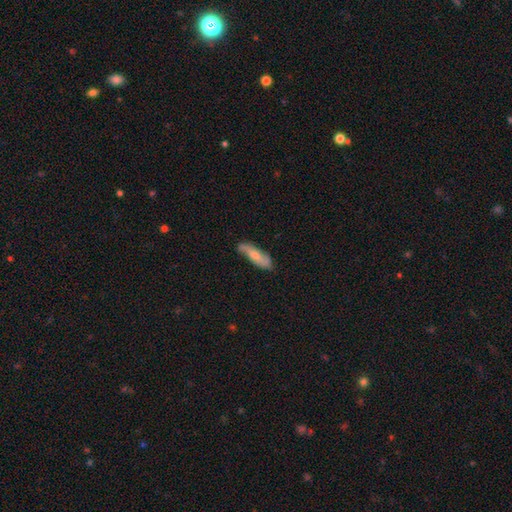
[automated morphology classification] Overall: smooth (58%; featured or disk 37%). How rounded: cigar-shaped (49%, tied with in between). Merging: none (69%).